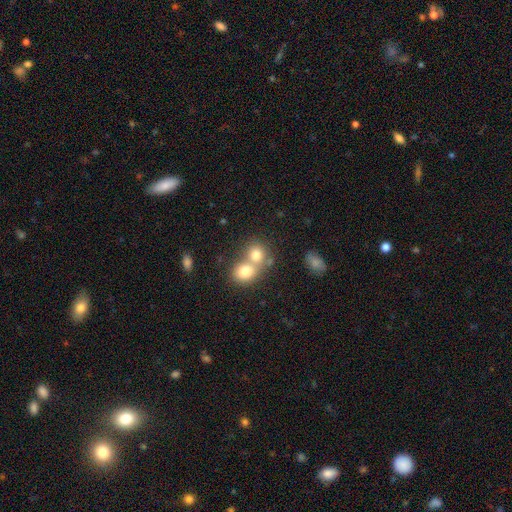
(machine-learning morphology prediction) Smooth or featured? smooth (65%)
How rounded? round (72%)
Merging? merger (59%)